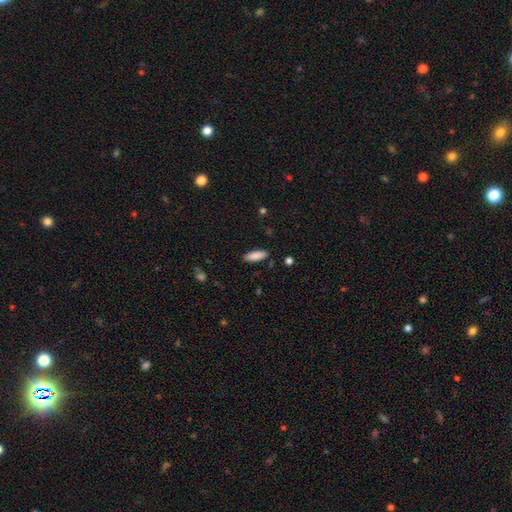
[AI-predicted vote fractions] This is clearly a smooth galaxy (88%). How rounded: likely in between (63%). Merging: clearly none (87%).